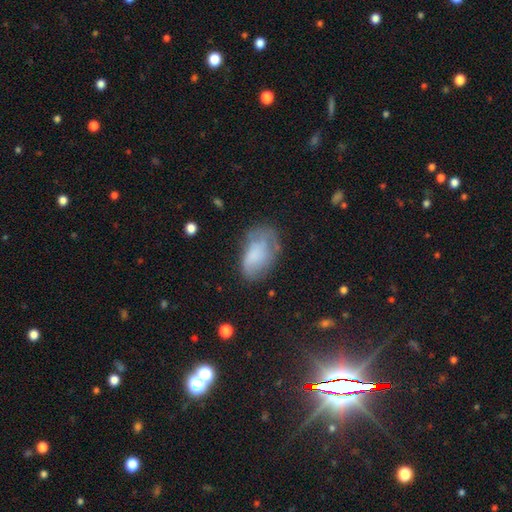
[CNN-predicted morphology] This is likely a smooth galaxy (63%). How rounded: clearly in between (91%). Merging: marginally none (44%).